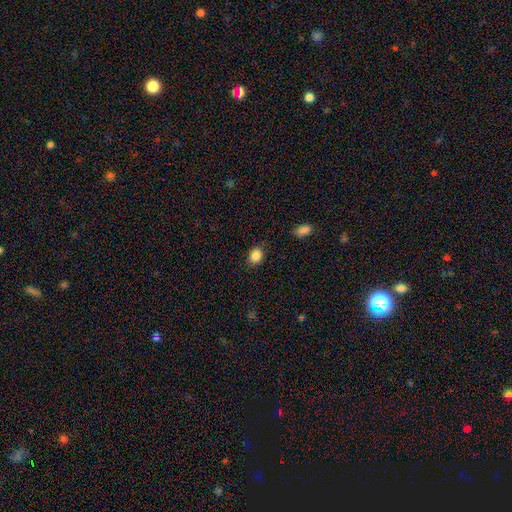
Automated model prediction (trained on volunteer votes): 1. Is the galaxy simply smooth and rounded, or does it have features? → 87% smooth, 9% star or artifact, 4% featured or disk.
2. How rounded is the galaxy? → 53% in between, 45% round, 1% cigar-shaped.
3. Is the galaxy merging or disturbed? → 84% none, 12% minor disturbance, 3% major disturbance, 2% merger.